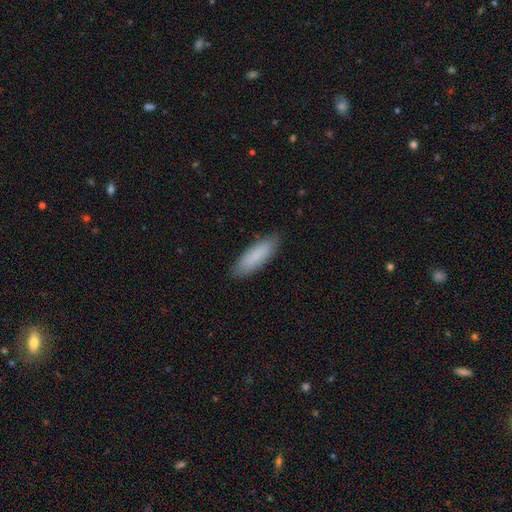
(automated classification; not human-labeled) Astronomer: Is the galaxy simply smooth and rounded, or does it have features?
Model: smooth — 86%.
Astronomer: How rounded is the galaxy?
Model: cigar-shaped — 50% (runner-up: in between, 49%).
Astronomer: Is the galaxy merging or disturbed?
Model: none — 87%.